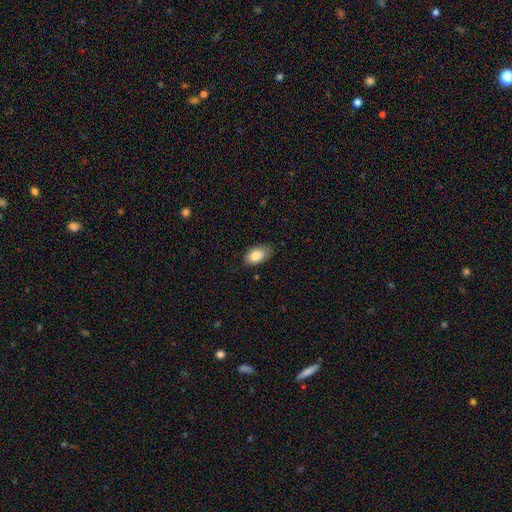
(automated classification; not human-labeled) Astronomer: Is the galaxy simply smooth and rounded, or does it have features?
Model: smooth — 85%.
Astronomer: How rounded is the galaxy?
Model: in between — 91%.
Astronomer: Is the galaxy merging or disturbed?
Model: none — 73%.